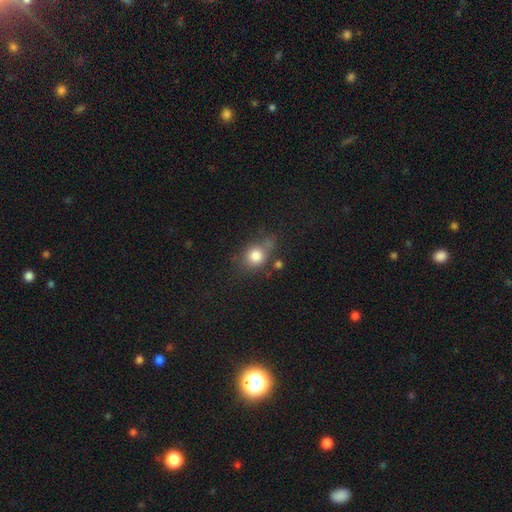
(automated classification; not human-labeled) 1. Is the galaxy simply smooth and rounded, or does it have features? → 80% smooth, 11% star or artifact, 9% featured or disk.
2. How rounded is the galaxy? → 68% round, 30% in between, 2% cigar-shaped.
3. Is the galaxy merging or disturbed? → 54% none, 25% minor disturbance, 11% major disturbance, 11% merger.